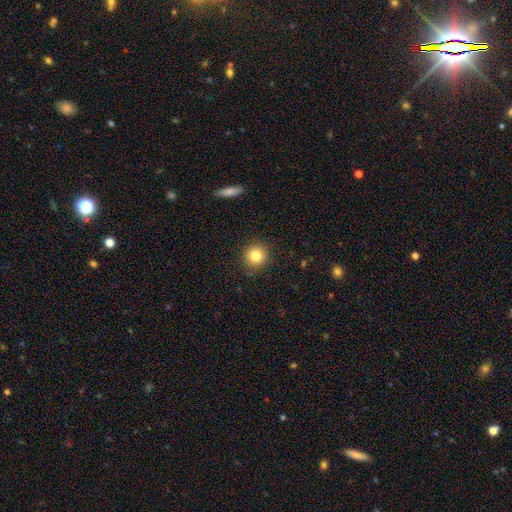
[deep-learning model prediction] This appears to be a smooth galaxy with no disk features (82%) that is round (91%). Merging: none (89%).